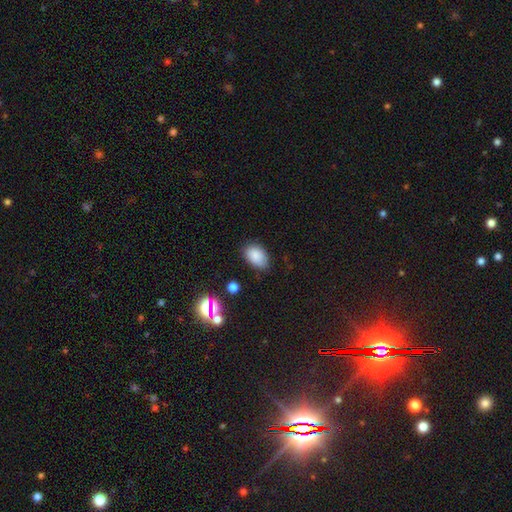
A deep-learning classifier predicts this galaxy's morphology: This is clearly a smooth galaxy (83%). How rounded: clearly in between (87%). Merging: likely none (73%).